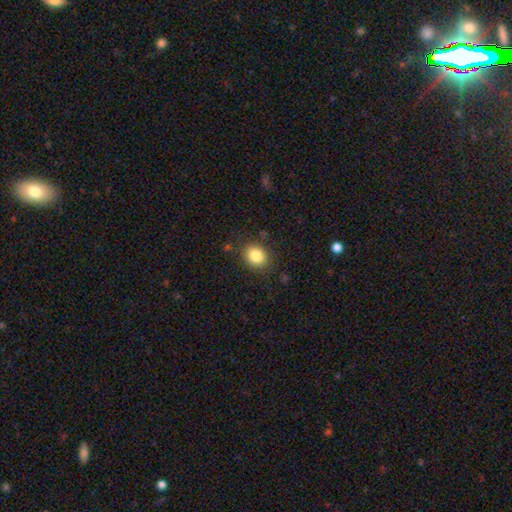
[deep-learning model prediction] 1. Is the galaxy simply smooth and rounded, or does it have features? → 84% smooth, 10% star or artifact, 6% featured or disk.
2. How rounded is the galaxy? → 62% round, 37% in between, 1% cigar-shaped.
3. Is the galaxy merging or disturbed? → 84% none, 11% minor disturbance, 3% major disturbance, 2% merger.